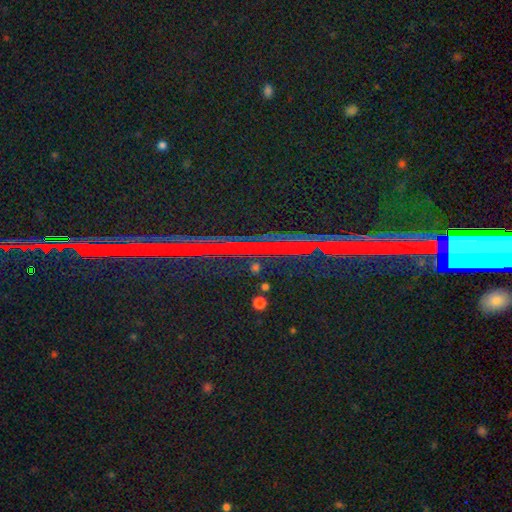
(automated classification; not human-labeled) smooth-or-featured: star or artifact: 89% | featured or disk: 6% | smooth: 5%